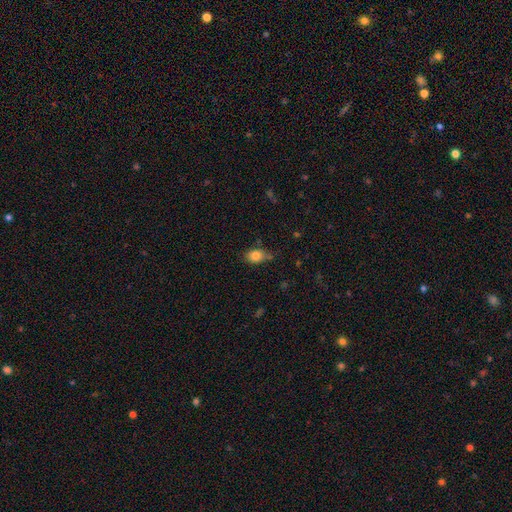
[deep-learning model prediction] A smooth galaxy with no disk features (81%) that is in between round and cigar-shaped (74%). Merging: none (60%).